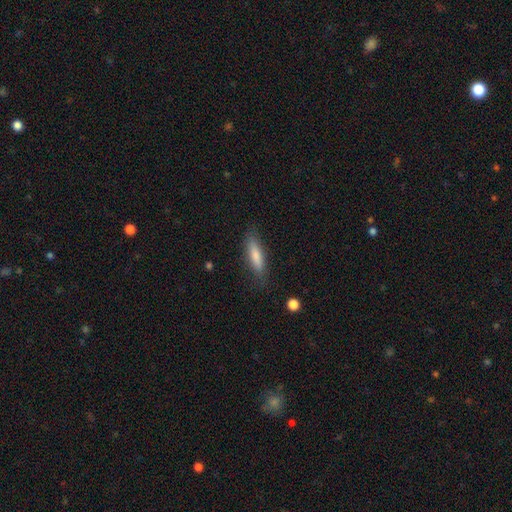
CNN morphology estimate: Q: Smooth or featured?
A: smooth (74%); runner-up: featured or disk (20%)
Q: How rounded?
A: cigar-shaped (68%); runner-up: in between (31%)
Q: Merging?
A: none (82%); runner-up: minor disturbance (13%)